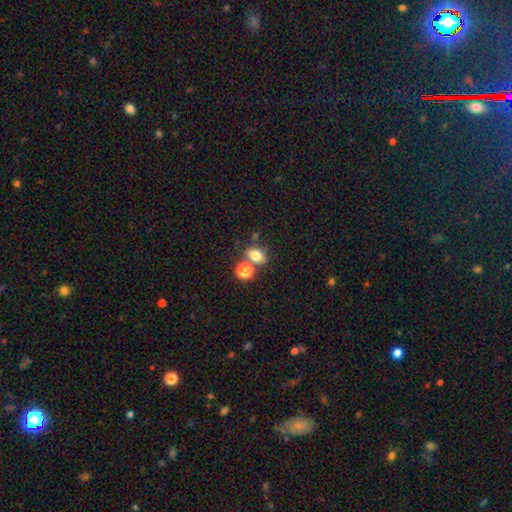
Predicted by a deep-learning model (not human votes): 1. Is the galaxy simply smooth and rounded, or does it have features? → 77% smooth, 13% star or artifact, 10% featured or disk.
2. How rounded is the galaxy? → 66% in between, 33% round, 2% cigar-shaped.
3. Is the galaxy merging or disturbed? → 60% none, 24% merger, 12% minor disturbance, 4% major disturbance.